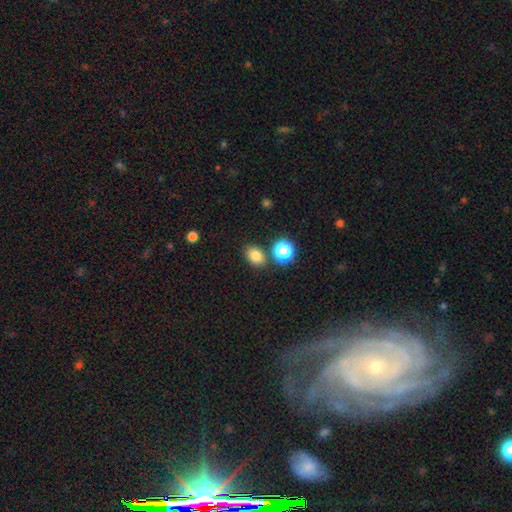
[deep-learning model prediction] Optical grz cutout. It shows a smooth galaxy with no disk features (79%) that is in between round and cigar-shaped (62%). Merging: none (79%).